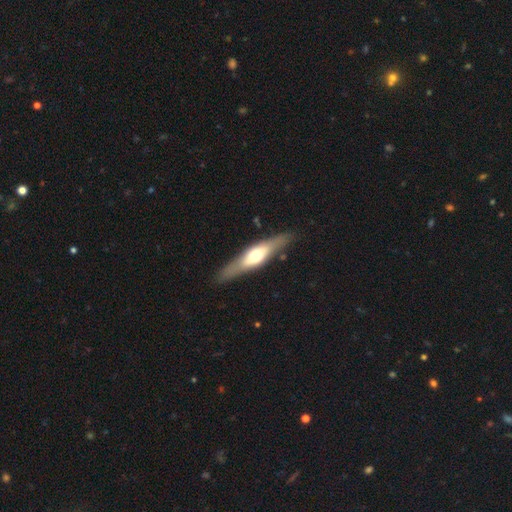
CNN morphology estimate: This appears to be a featured or disk galaxy (60%) viewed edge-on (88%) with a rounded central bulge (88%). Merging: none (84%).